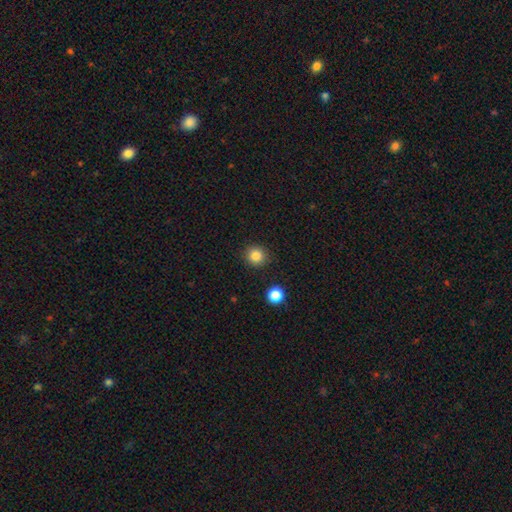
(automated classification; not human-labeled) smooth_or_featured: smooth (p=0.84) [alt: star or artifact p=0.11]
how_rounded: round (p=0.91) [alt: in between p=0.08]
merging: none (p=0.90) [alt: minor disturbance p=0.06]